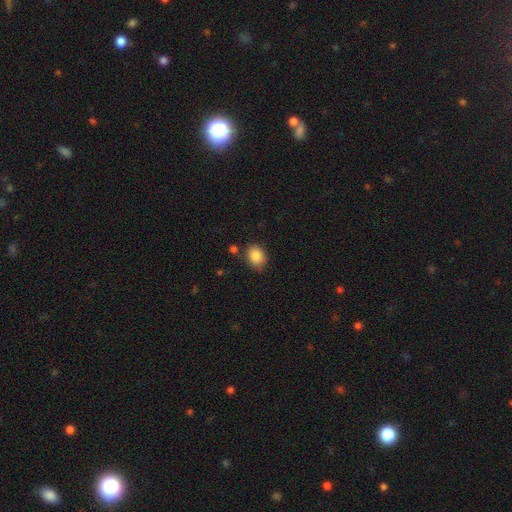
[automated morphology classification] This is clearly a smooth galaxy (87%). How rounded: possibly in between (56%). Merging: likely none (77%).